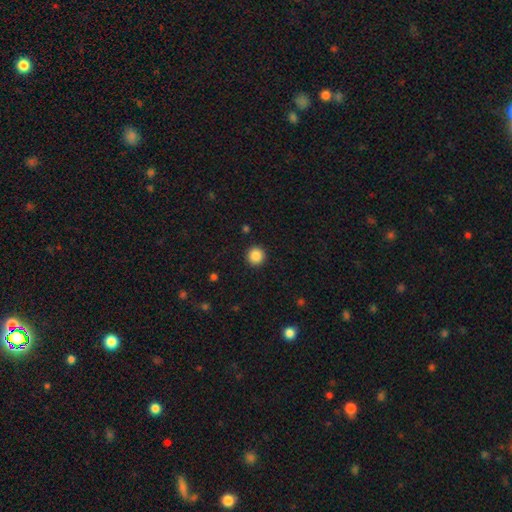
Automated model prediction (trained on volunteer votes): This is clearly a smooth galaxy (87%). How rounded: clearly round (96%). Merging: clearly none (93%).